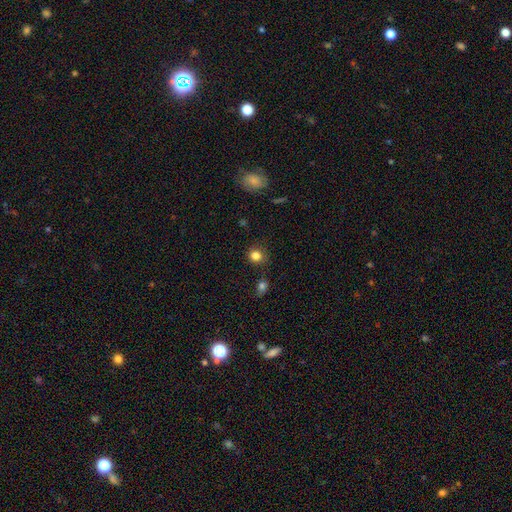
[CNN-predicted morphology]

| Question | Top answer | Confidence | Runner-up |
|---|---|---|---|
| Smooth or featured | smooth | 83% | star or artifact (12%) |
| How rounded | round | 83% | in between (16%) |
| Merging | none | 78% | minor disturbance (14%) |